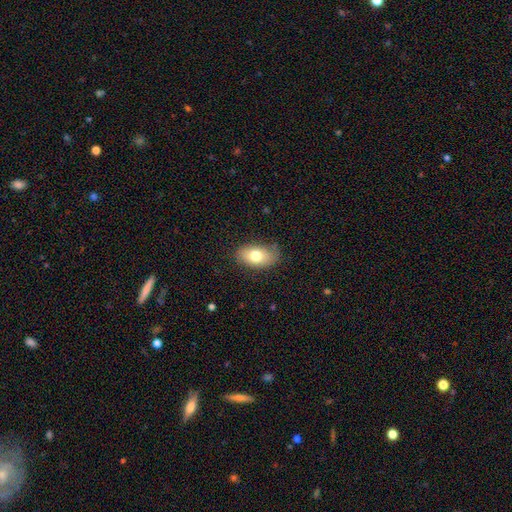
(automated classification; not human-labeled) This is likely a smooth galaxy (75%). How rounded: clearly in between (92%). Merging: likely none (76%).